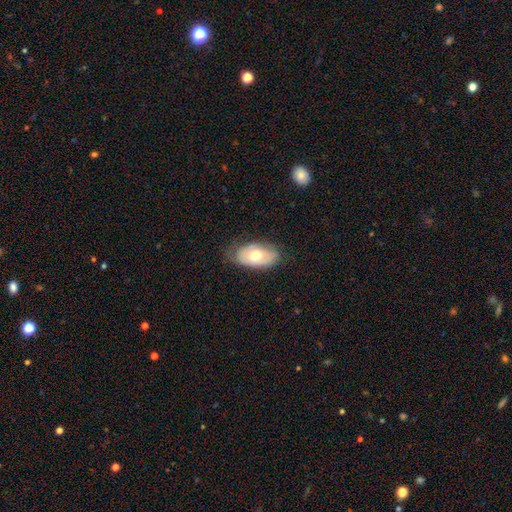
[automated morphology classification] smooth-or-featured: smooth: 60% | featured or disk: 34% | star or artifact: 6%
  how-rounded: in between: 93% | round: 5% | cigar-shaped: 2%
  merging: none: 69% | minor disturbance: 24% | major disturbance: 6% | merger: 1%